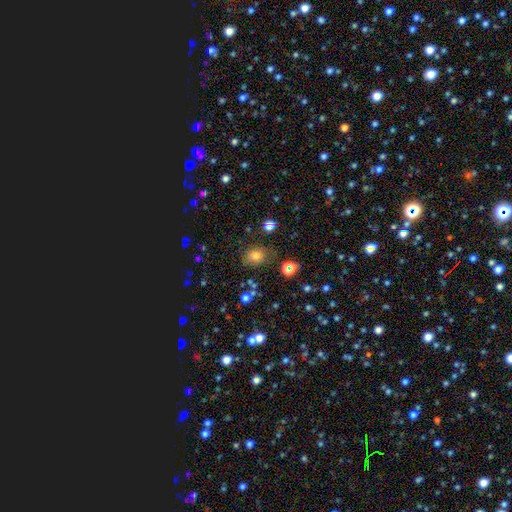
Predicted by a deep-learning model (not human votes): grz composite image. It shows a smooth galaxy with no disk features (75%) that is round (56%). Merging: none (76%).